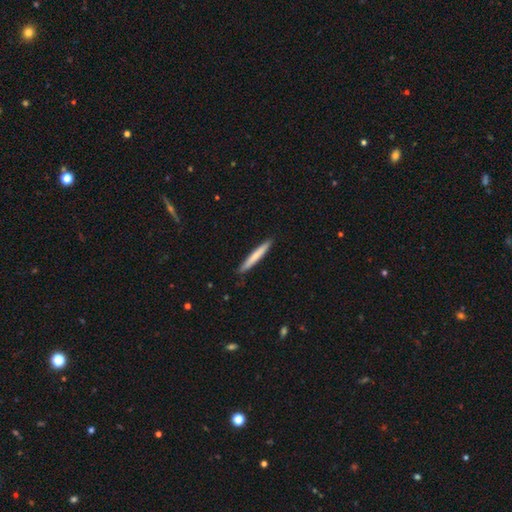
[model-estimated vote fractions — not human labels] This appears to be a smooth galaxy with no disk features (71%) that is cigar-shaped (96%). Merging: none (90%).